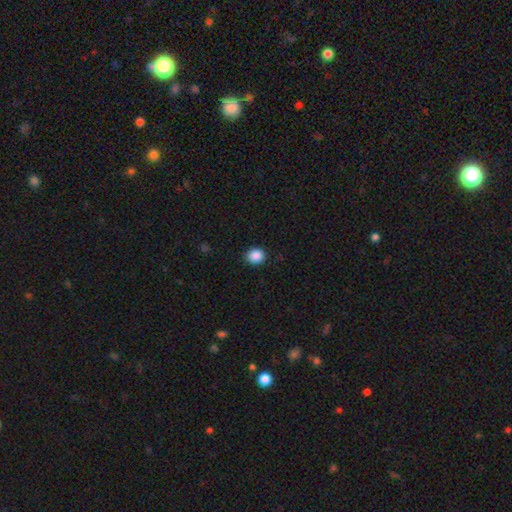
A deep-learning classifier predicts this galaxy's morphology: smooth_or_featured: smooth (p=0.88) [alt: star or artifact p=0.09]
how_rounded: round (p=0.77) [alt: in between p=0.23]
merging: none (p=0.90) [alt: minor disturbance p=0.07]